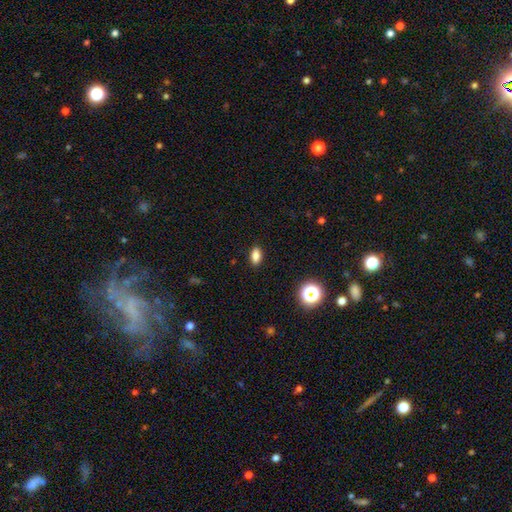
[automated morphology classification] Smooth or featured?
  - smooth: 81% *
  - star or artifact: 12%
  - featured or disk: 6%
How rounded?
  - in between: 85% *
  - round: 8%
  - cigar-shaped: 7%
Merging?
  - none: 89% *
  - minor disturbance: 8%
  - major disturbance: 2%
  - merger: 1%